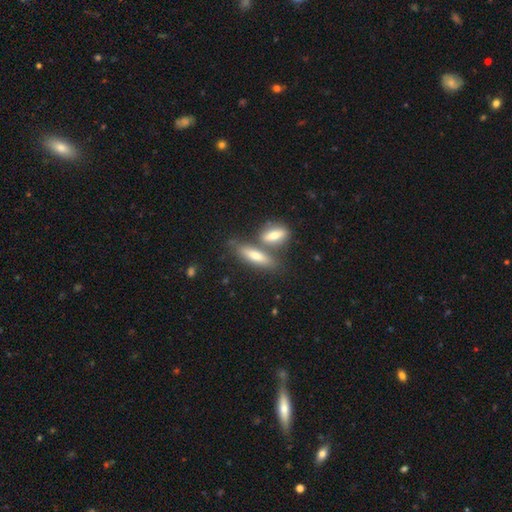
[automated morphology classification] Smooth or featured? Predicted: smooth (p=0.68). How rounded? Predicted: cigar-shaped (p=0.54). Merging? Predicted: none (p=0.51).